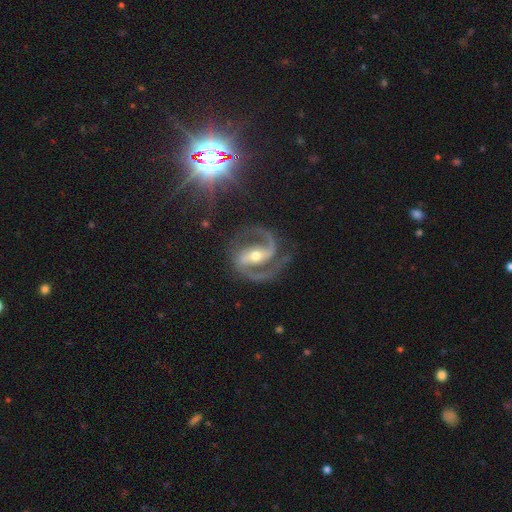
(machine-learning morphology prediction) A featured or disk galaxy (90%) with a strong bar (60%), 2 (92%) medium (64%) spiral arms (98%) and a moderate central bulge (54%).

Vote fractions:
- Smooth or featured? featured or disk: 90% / star or artifact: 7% / smooth: 3%
- Edge-on disk? no: 97% / yes: 3%
- Bar? strong: 60% / weak: 26% / no: 14%
- Spiral arms? yes: 98% / no: 2%
- Spiral winding? medium: 64% / tight: 22% / loose: 14%
- Spiral arm count? 2: 92% / 3: 2% / 1: 2% / can't tell: 2% / 4: 1% / more than 4: 1%
- Bulge size? moderate: 54% / small: 42% / large: 3% / none: 1% / dominant: 1%
- Merging? none: 76% / minor disturbance: 14% / major disturbance: 8% / merger: 2%